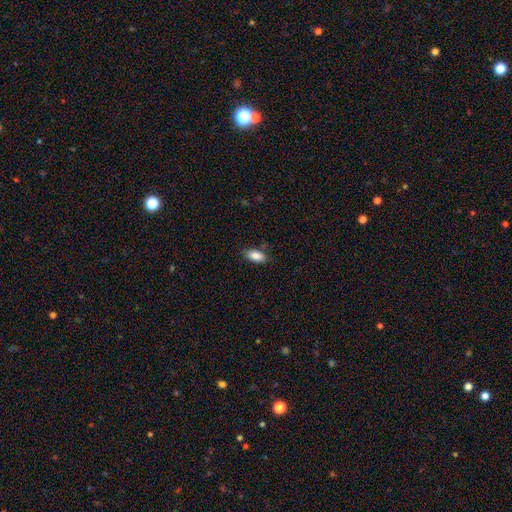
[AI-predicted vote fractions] Smooth or featured? Predicted: smooth (p=0.86). How rounded? Predicted: in between (p=0.88). Merging? Predicted: none (p=0.80).